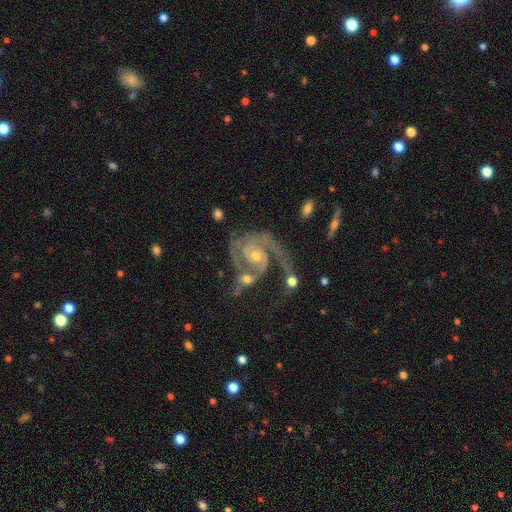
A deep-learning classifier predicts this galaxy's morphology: A featured or disk galaxy (92%) with no bar (64%), 2 (65%) tight (46%) spiral arms (98%) and a small central bulge (63%). Merging: none (41%).